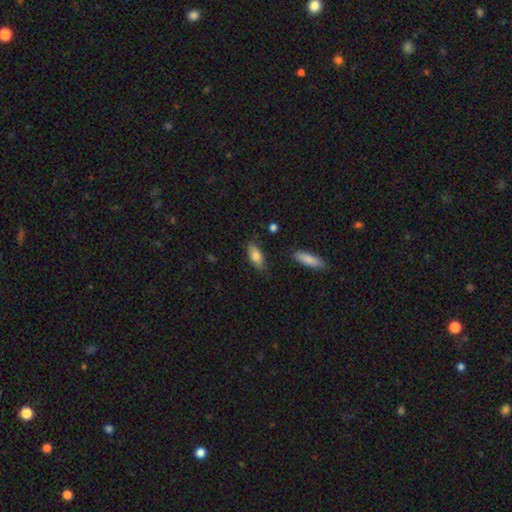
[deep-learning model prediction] This is clearly a smooth galaxy (82%). How rounded: clearly in between (80%). Merging: likely none (79%).